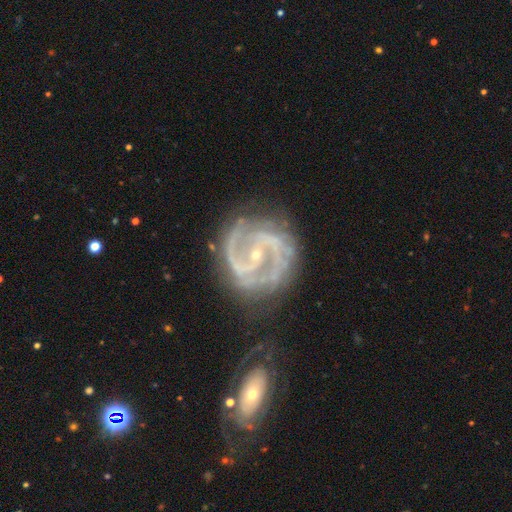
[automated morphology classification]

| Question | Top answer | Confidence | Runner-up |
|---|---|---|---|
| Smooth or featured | featured or disk | 91% | star or artifact (5%) |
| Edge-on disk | no | 98% | yes (2%) |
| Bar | strong | 36% | tied: weak (36%) |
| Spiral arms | yes | 98% | no (2%) |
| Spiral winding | medium | 52% | tight (37%) |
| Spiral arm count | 2 | 79% | 3 (9%) |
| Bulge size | small | 81% | moderate (16%) |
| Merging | none | 61% | minor disturbance (20%) |